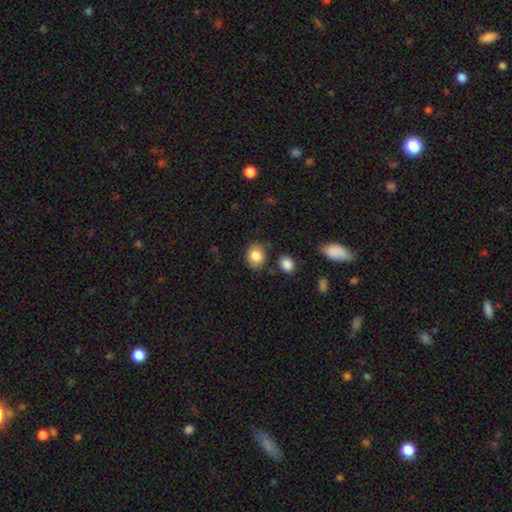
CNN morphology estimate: A smooth galaxy with no disk features (84%) that is round (54%). Merging: none (80%).